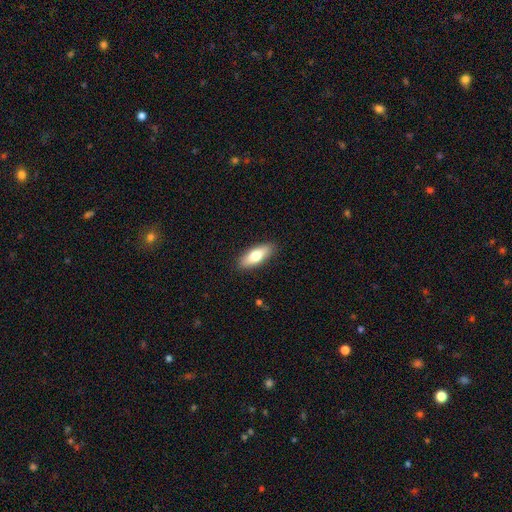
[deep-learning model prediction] Smooth or featured?
  - smooth: 73% *
  - featured or disk: 21%
  - star or artifact: 6%
How rounded?
  - in between: 66% *
  - cigar-shaped: 31%
  - round: 2%
Merging?
  - none: 89% *
  - minor disturbance: 8%
  - major disturbance: 2%
  - merger: 1%